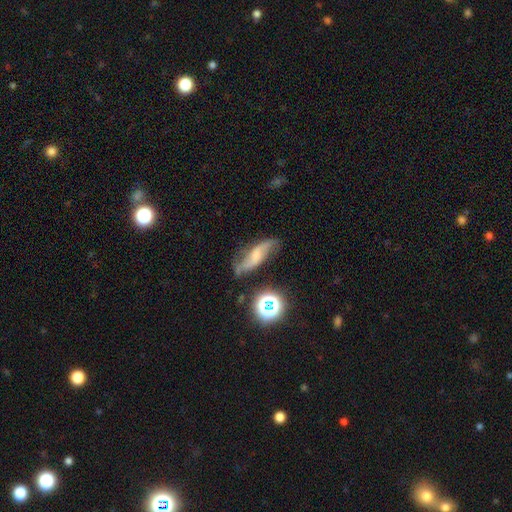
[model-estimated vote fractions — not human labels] Smooth or featured: featured or disk — 58% (smooth — 29%)
Edge-on disk: no — 86% (yes — 14%)
Bar: weak — 41% (no — 40%)
Spiral arms: yes — 87% (no — 13%)
Bulge size: none — 33% (small — 28%)
Merging: none — 57% (minor disturbance — 26%)